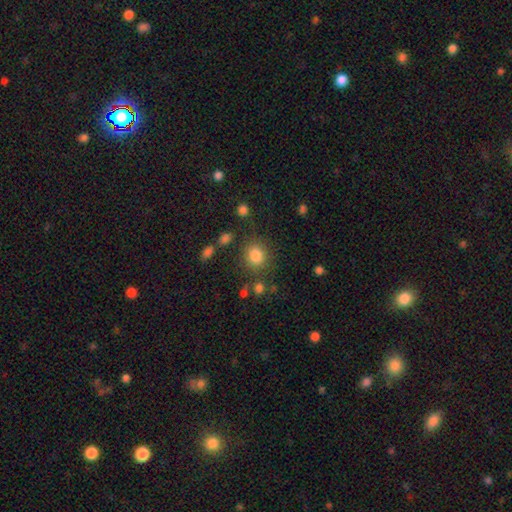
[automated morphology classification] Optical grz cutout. It shows a smooth galaxy with no disk features (84%) that is round (80%). Merging: none (79%).